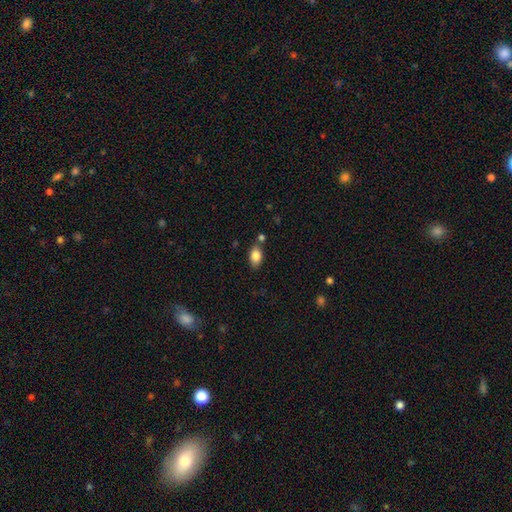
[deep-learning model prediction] This is clearly a smooth galaxy (84%). How rounded: clearly in between (89%). Merging: likely none (75%).